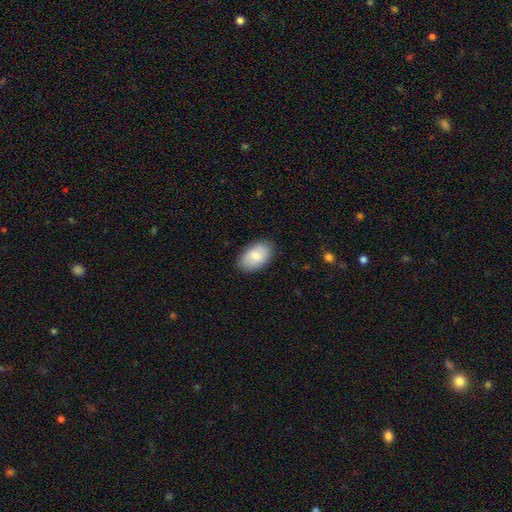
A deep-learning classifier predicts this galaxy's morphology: Smooth or featured?
  - smooth: 78% *
  - featured or disk: 16%
  - star or artifact: 6%
How rounded?
  - in between: 93% *
  - round: 6%
  - cigar-shaped: 1%
Merging?
  - none: 86% *
  - minor disturbance: 11%
  - major disturbance: 2%
  - merger: 1%